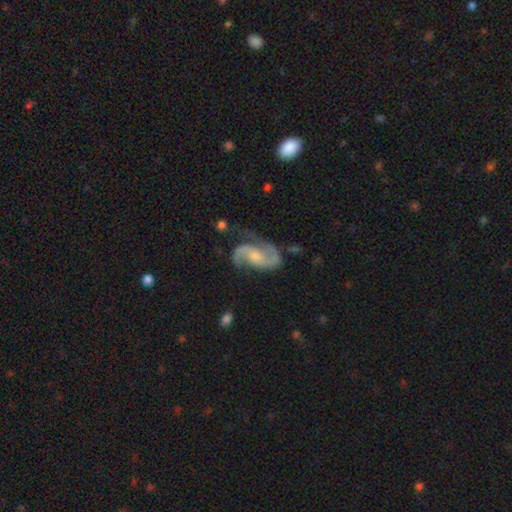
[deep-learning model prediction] Morphology: type=featured or disk (91%); edge-on=no (98%); bar=no (52%); spiral arms=yes (98%); winding=medium (55%); arm count=2 (93%); bulge=moderate (39%); merging=none (68%).